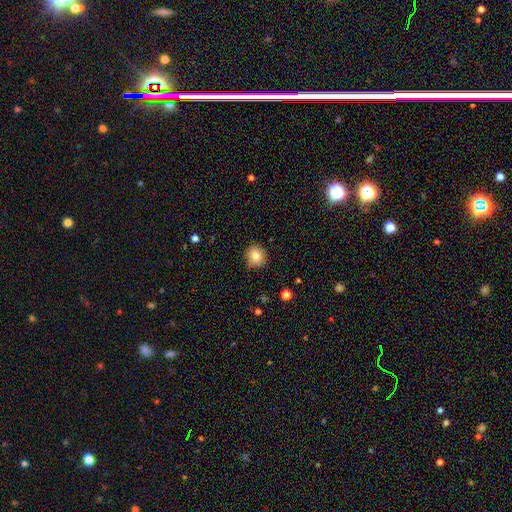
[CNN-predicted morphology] smooth-or-featured: smooth: 81% | star or artifact: 10% | featured or disk: 9%
  how-rounded: round: 82% | in between: 17% | cigar-shaped: 1%
  merging: none: 88% | minor disturbance: 9% | major disturbance: 2% | merger: 1%